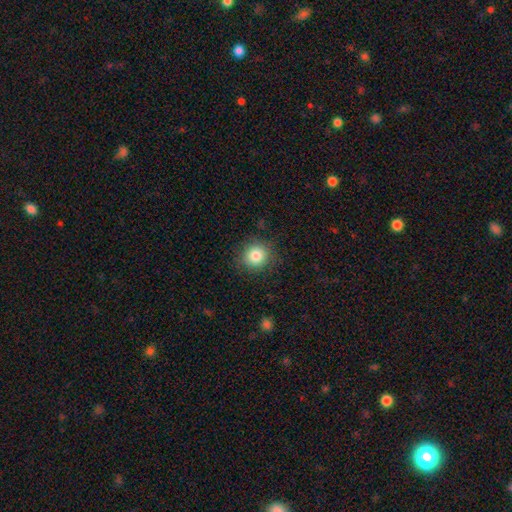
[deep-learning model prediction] Smooth or featured? smooth (83%)
How rounded? round (90%)
Merging? none (87%)